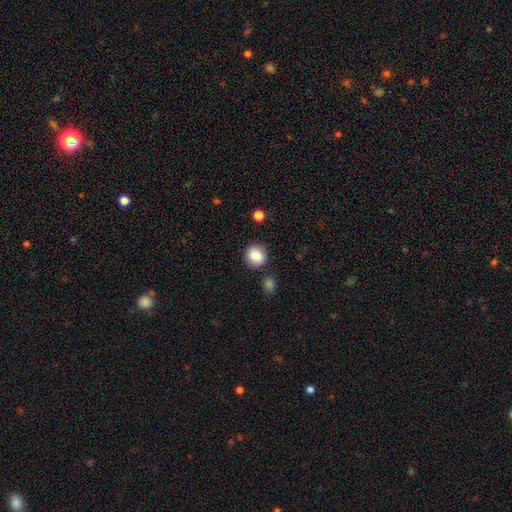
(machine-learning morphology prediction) This appears to be a smooth galaxy with no disk features (86%) that is round (86%). Merging: none (85%).